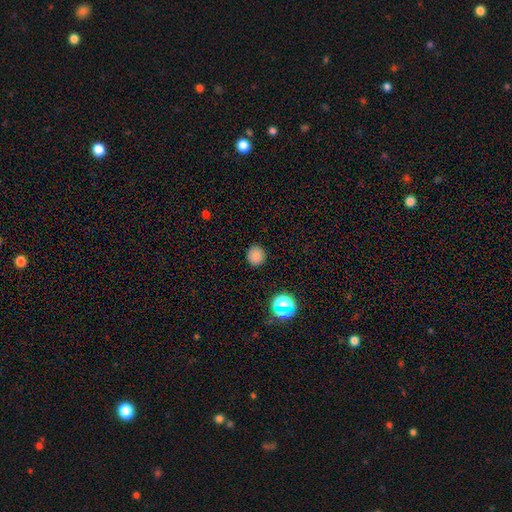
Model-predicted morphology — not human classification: smooth-or-featured: smooth: 80% | star or artifact: 15% | featured or disk: 5%
  how-rounded: round: 90% | in between: 9% | cigar-shaped: 1%
  merging: none: 89% | minor disturbance: 7% | major disturbance: 2% | merger: 2%